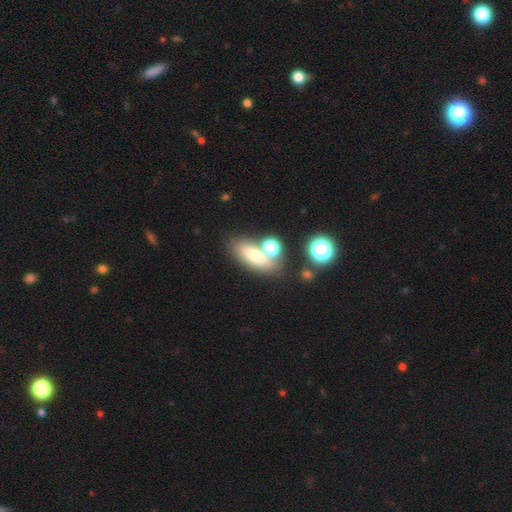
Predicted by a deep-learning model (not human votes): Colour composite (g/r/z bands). It shows a smooth galaxy with no disk features (63%) that is in between round and cigar-shaped (65%). Merging: none (57%).